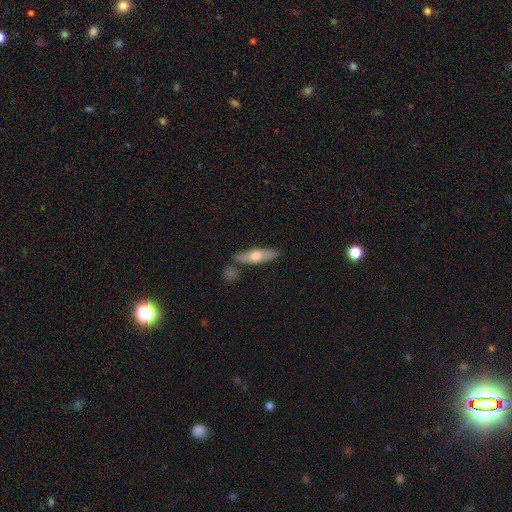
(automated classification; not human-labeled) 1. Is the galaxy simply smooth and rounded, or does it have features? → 50% smooth, 44% featured or disk, 6% star or artifact.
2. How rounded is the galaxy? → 67% cigar-shaped, 30% in between, 3% round.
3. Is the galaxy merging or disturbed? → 78% none, 12% minor disturbance, 8% merger, 3% major disturbance.